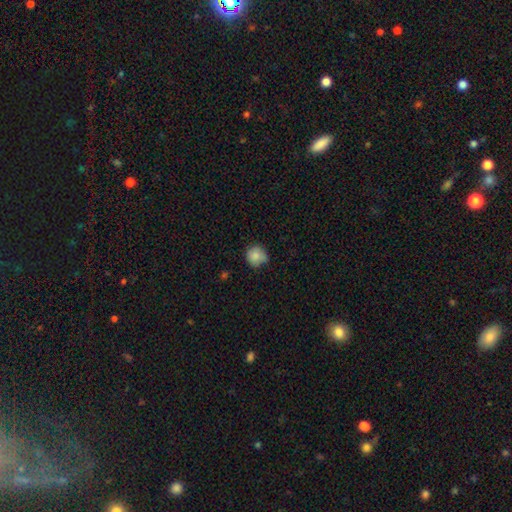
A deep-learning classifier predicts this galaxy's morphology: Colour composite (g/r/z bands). It shows a smooth galaxy with no disk features (84%) that is round (88%). Merging: none (63%).